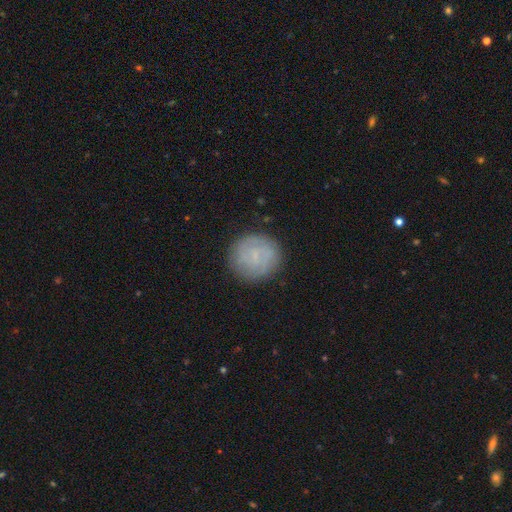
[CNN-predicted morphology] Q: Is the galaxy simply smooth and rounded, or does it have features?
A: smooth — 51%.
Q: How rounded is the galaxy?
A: round — 91%.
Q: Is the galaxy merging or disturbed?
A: none — 86%.